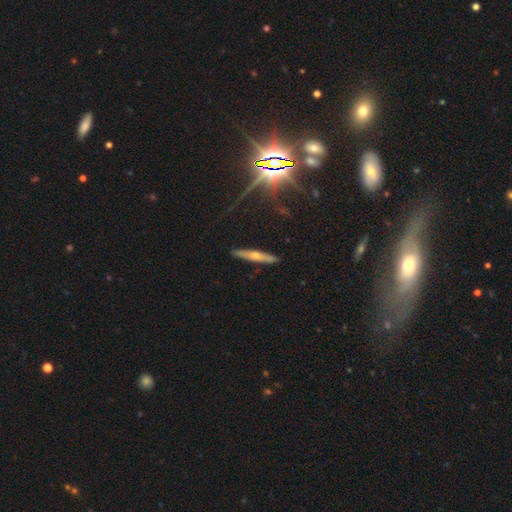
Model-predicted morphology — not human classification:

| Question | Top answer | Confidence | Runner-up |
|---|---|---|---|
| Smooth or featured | featured or disk | 54% | smooth (33%) |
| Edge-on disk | yes | 92% | no (8%) |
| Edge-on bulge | rounded | 86% | none (11%) |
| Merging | none | 89% | minor disturbance (8%) |